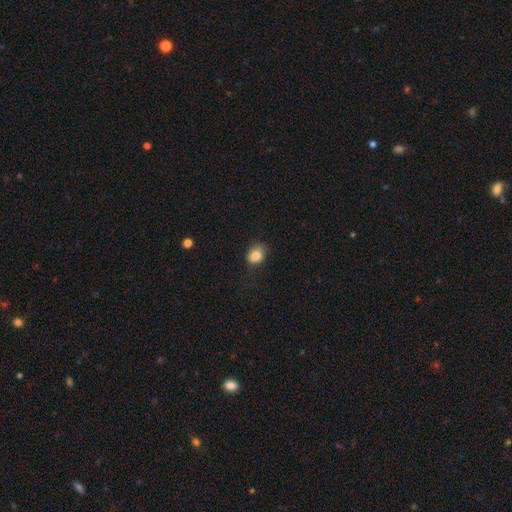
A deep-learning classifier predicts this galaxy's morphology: This appears to be a smooth galaxy with no disk features (84%) that is round (51%). Merging: none (61%).